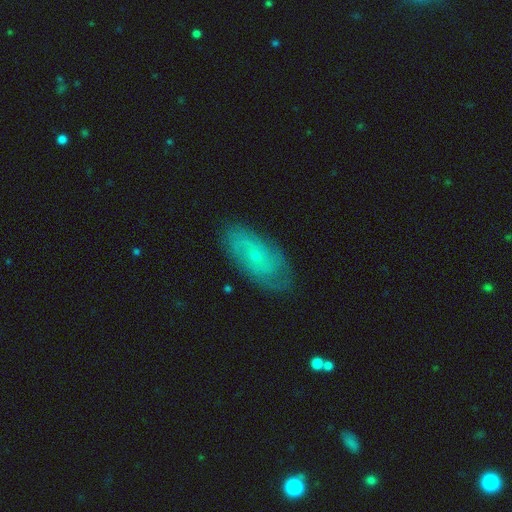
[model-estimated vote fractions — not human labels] Smooth or featured: featured or disk — 63% (smooth — 29%)
Edge-on disk: no — 92% (yes — 8%)
Bar: no — 76% (weak — 20%)
Spiral arms: yes — 78% (no — 22%)
Bulge size: small — 84% (moderate — 13%)
Merging: none — 79% (minor disturbance — 16%)